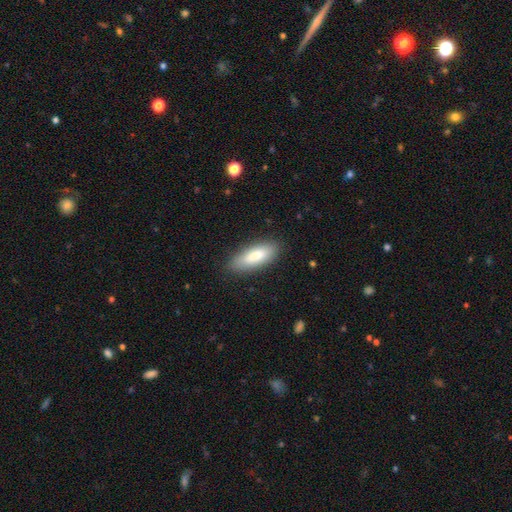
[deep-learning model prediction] smooth-or-featured: smooth: 80% | featured or disk: 14% | star or artifact: 6%
  how-rounded: in between: 66% | cigar-shaped: 32% | round: 2%
  merging: none: 84% | minor disturbance: 12% | major disturbance: 3% | merger: 1%